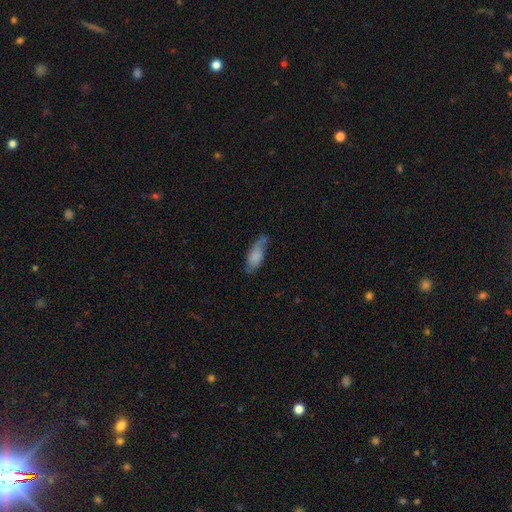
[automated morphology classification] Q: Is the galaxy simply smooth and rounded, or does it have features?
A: smooth — 76%.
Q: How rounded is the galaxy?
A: in between — 72%.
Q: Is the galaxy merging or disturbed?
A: none — 52%.